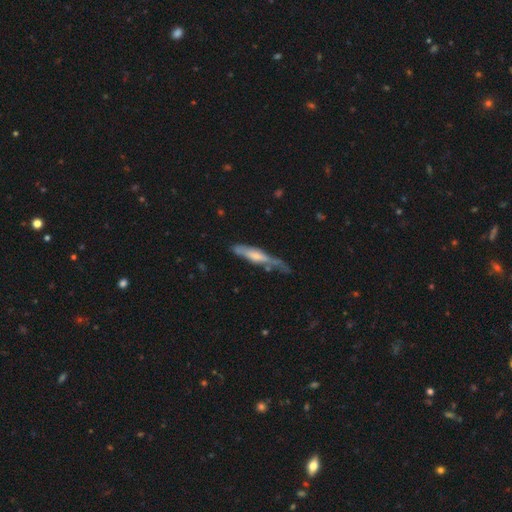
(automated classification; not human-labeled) This is possibly a featured or disk galaxy (51%). It is likely viewed edge-on (77%). Merging: possibly none (46%).